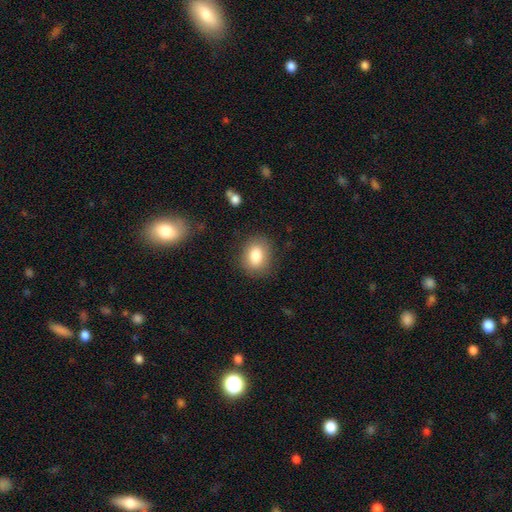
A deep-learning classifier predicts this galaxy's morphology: Smooth or featured?
  - smooth: 82% *
  - featured or disk: 9%
  - star or artifact: 9%
How rounded?
  - in between: 61% *
  - round: 38%
  - cigar-shaped: 1%
Merging?
  - none: 83% *
  - minor disturbance: 12%
  - major disturbance: 4%
  - merger: 1%